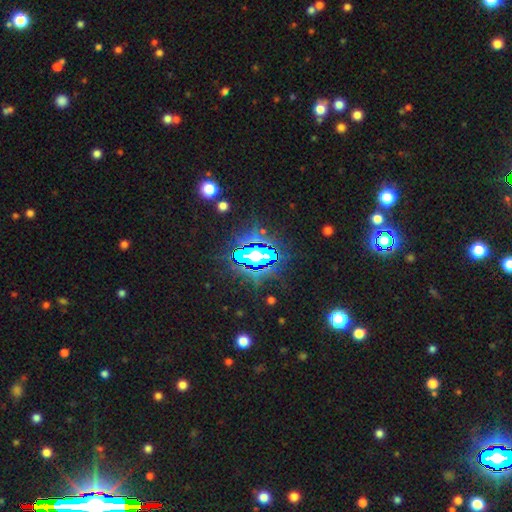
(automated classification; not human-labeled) Morphology: type=star or artifact (82%).